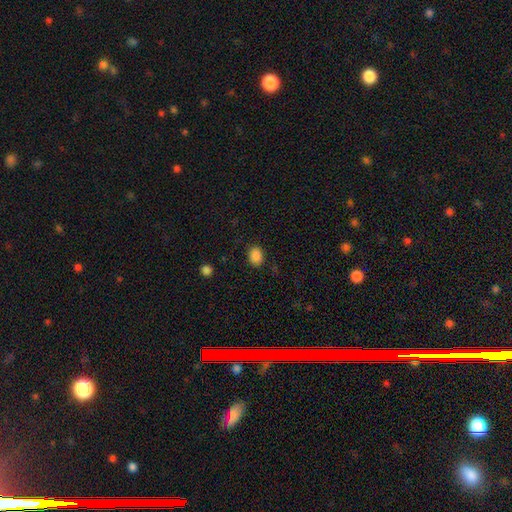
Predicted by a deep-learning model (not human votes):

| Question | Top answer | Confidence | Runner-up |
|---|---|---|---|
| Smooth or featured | smooth | 87% | star or artifact (10%) |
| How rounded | in between | 60% | round (39%) |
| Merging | none | 86% | minor disturbance (10%) |